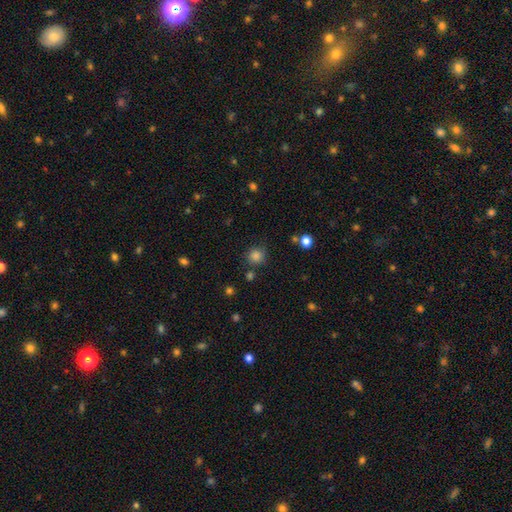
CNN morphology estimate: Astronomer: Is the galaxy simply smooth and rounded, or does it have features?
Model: smooth — 84%.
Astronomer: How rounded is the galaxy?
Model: round — 91%.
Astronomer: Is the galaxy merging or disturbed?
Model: none — 81%.